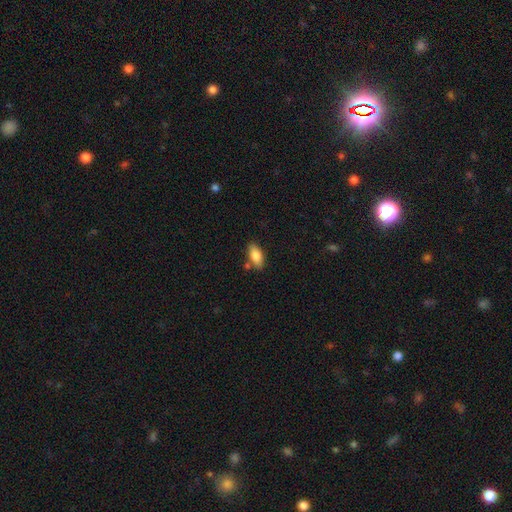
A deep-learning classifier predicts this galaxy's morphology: A smooth galaxy with no disk features (83%) that is in between round and cigar-shaped (89%).

Vote fractions:
- Smooth or featured? smooth: 83% / featured or disk: 10% / star or artifact: 7%
- How rounded? in between: 89% / cigar-shaped: 9% / round: 3%
- Merging? none: 79% / minor disturbance: 13% / merger: 6% / major disturbance: 3%